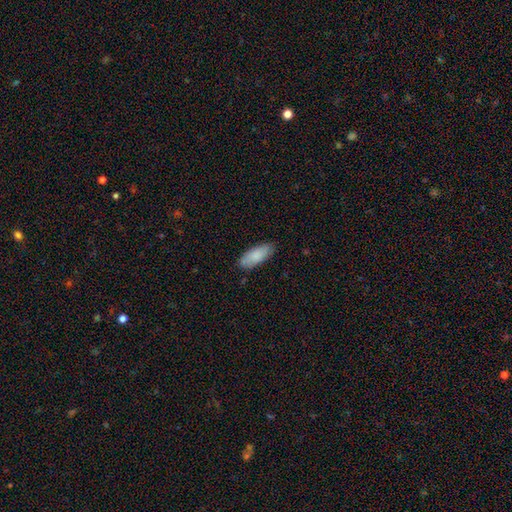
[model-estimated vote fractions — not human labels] Smooth or featured? Predicted: smooth (p=0.86). How rounded? Predicted: in between (p=0.80). Merging? Predicted: none (p=0.81).